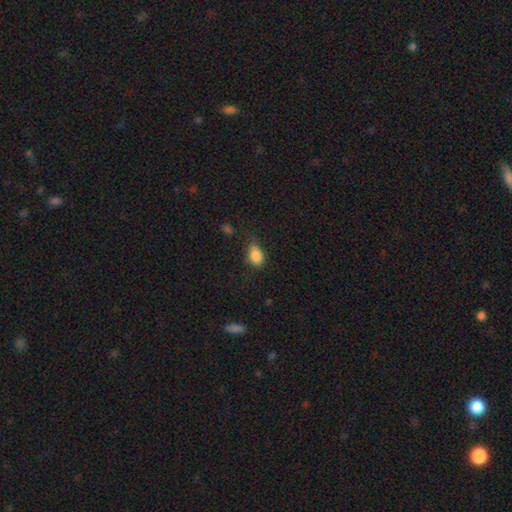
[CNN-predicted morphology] The model was most divided on "merging": none: 54%, minor disturbance: 35%, major disturbance: 9%, merger: 2%. More confident: smooth or featured — smooth (85%); how rounded — in between (79%).